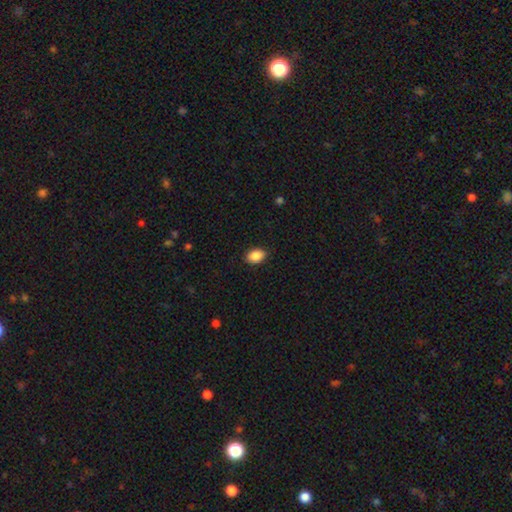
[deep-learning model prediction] This is clearly a smooth galaxy (88%). How rounded: clearly in between (87%). Merging: clearly none (86%).